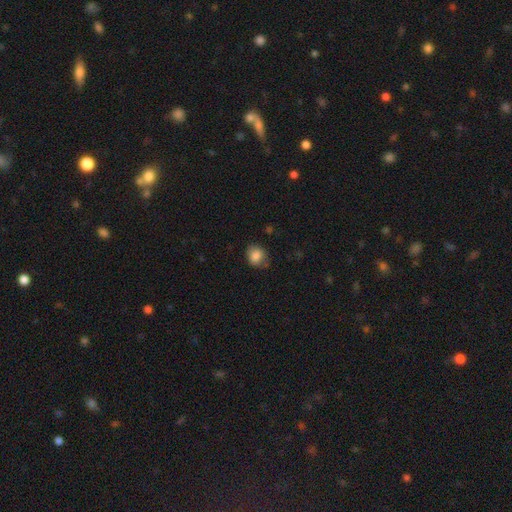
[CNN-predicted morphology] A smooth galaxy with no disk features (82%) that is round (62%). Merging: none (70%).